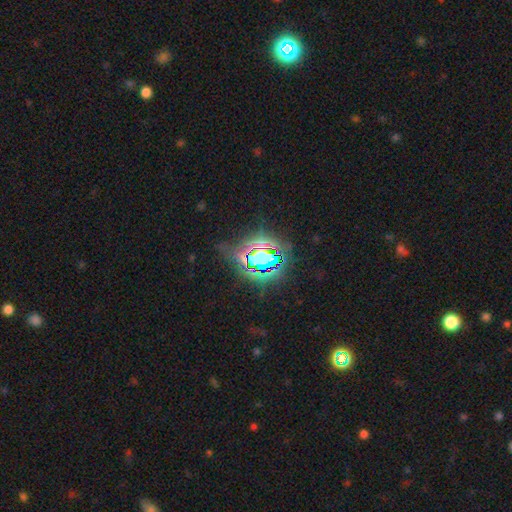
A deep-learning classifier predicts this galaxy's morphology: The model was most divided on "smooth or featured": star or artifact: 71%, smooth: 17%, featured or disk: 13%.